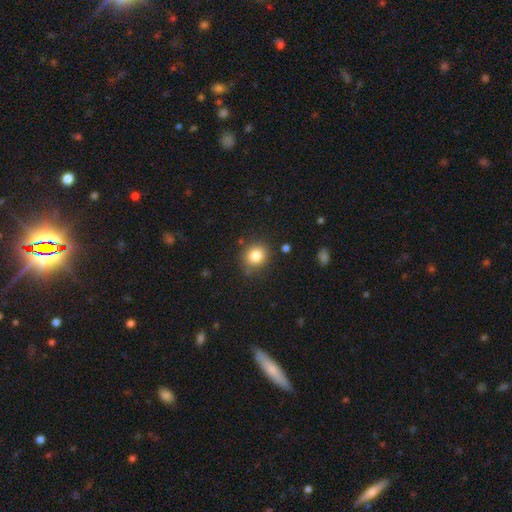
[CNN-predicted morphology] smooth-or-featured: smooth: 83% | star or artifact: 11% | featured or disk: 7%
  how-rounded: round: 79% | in between: 20% | cigar-shaped: 1%
  merging: none: 85% | minor disturbance: 10% | major disturbance: 3% | merger: 3%